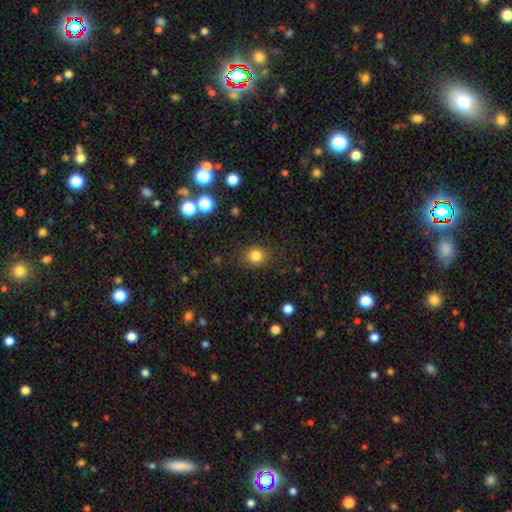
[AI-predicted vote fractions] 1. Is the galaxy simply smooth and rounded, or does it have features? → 82% smooth, 13% star or artifact, 6% featured or disk.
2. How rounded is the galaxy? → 77% round, 22% in between, 1% cigar-shaped.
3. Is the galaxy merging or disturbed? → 87% none, 9% minor disturbance, 3% major disturbance, 1% merger.